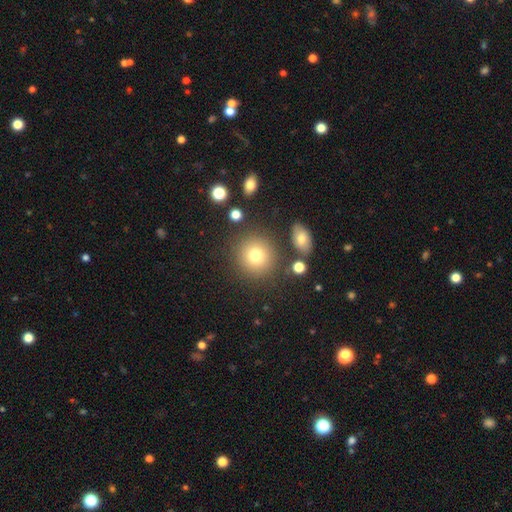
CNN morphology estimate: A smooth galaxy with no disk features (77%) that is round (89%).

Vote fractions:
- Smooth or featured? smooth: 77% / star or artifact: 13% / featured or disk: 10%
- How rounded? round: 89% / in between: 10% / cigar-shaped: 1%
- Merging? none: 83% / minor disturbance: 9% / merger: 5% / major disturbance: 4%